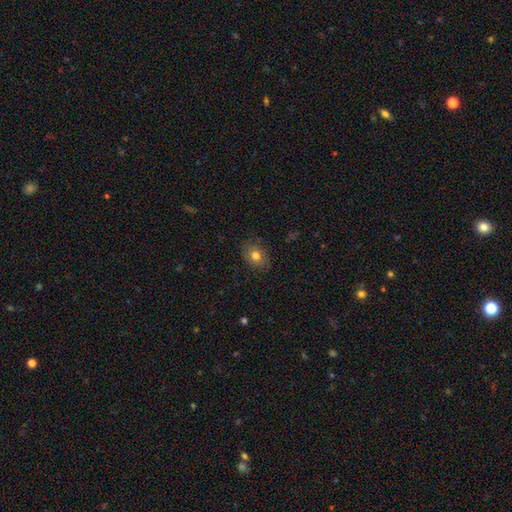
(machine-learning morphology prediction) smooth 76%, featured or disk 13%, star or artifact 10%. Down the decision tree: how rounded — in between (59%); merging — none (82%).